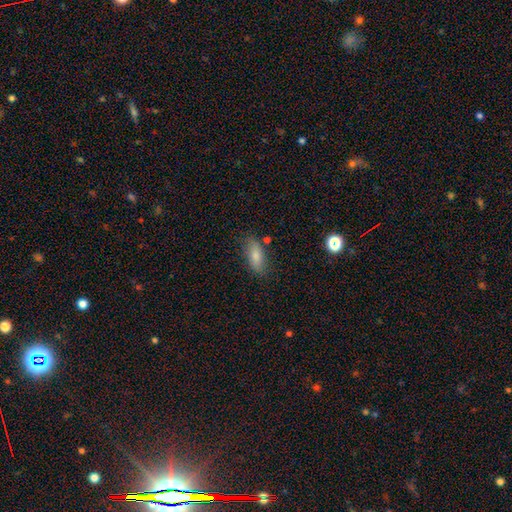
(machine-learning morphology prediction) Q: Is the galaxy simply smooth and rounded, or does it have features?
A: smooth — 79%.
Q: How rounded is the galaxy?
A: in between — 79%.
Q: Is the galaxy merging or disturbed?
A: none — 74%.